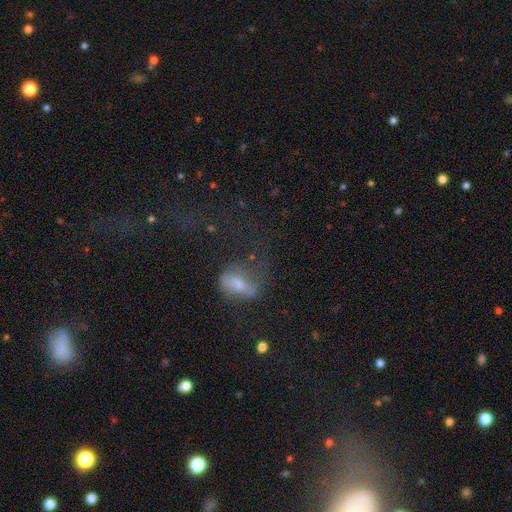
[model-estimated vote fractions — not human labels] A featured or disk galaxy (42%). Merging: major disturbance (48%).